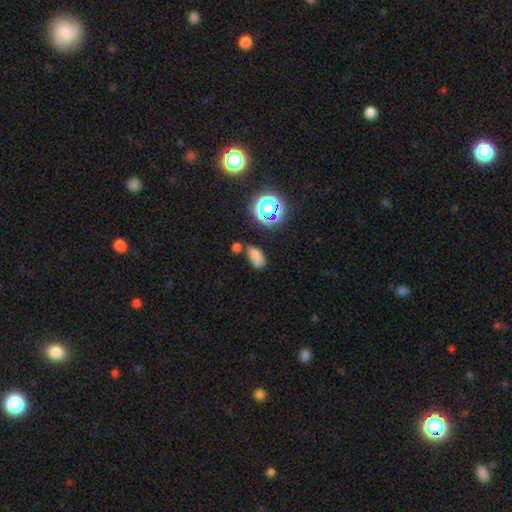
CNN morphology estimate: This appears to be a smooth galaxy with no disk features (66%) that is in between round and cigar-shaped (83%). Merging: none (40%).